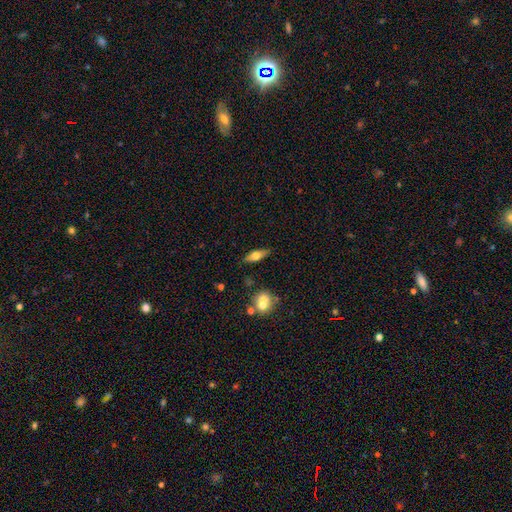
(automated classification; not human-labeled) Smooth or featured? smooth (50%)
How rounded? in between (56%)
Merging? none (82%)